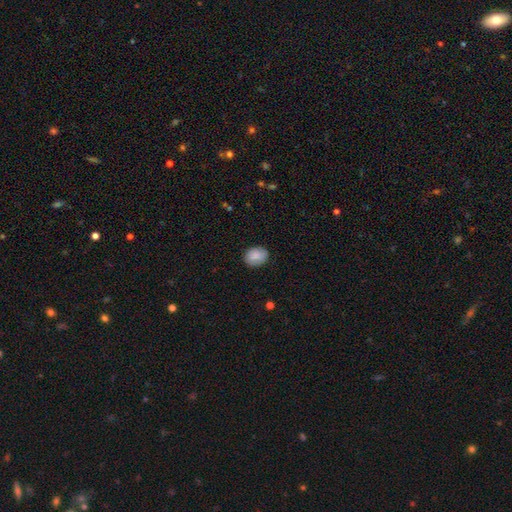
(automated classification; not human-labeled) This is clearly a smooth galaxy (86%). How rounded: possibly in between (56%). Merging: clearly none (83%).